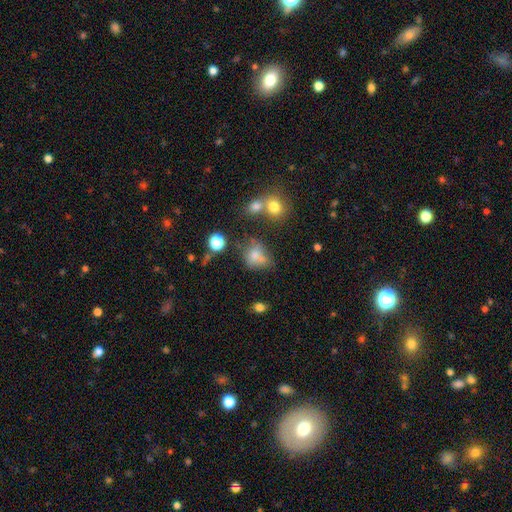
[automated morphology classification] This is likely a smooth galaxy (68%). How rounded: possibly round (51%). Merging: marginally none (39%).